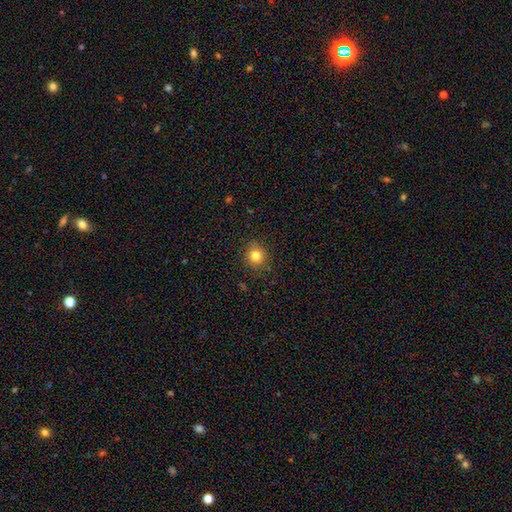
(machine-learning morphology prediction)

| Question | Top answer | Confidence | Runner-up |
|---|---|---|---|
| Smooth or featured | smooth | 81% | star or artifact (12%) |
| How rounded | round | 90% | in between (10%) |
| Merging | none | 88% | minor disturbance (8%) |